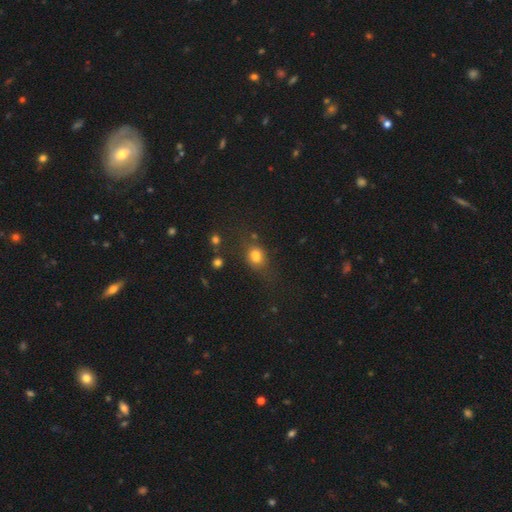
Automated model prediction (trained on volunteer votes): Smooth or featured? smooth (70%)
How rounded? in between (53%)
Merging? none (45%)